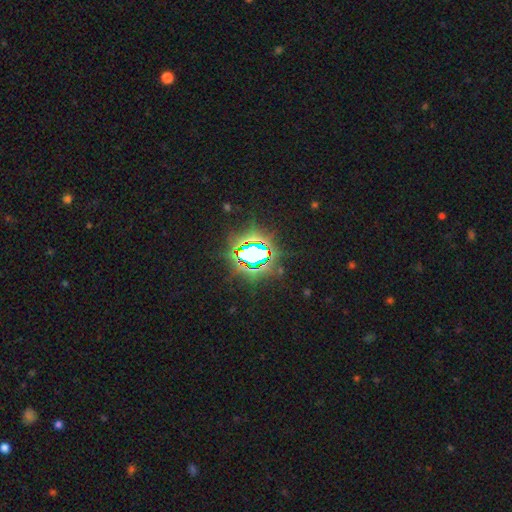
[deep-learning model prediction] This appears to be a star or artifact, not a galaxy (76%).